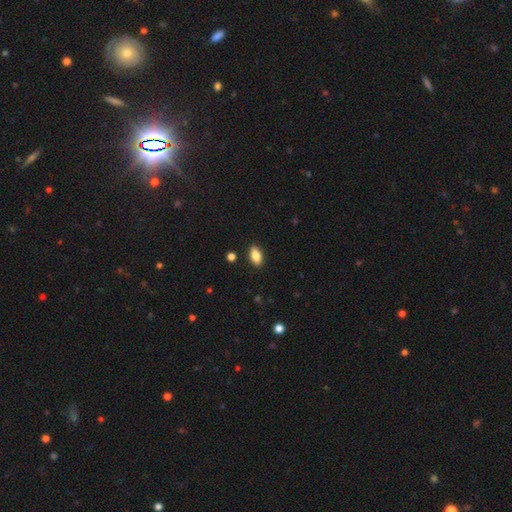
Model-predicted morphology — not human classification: Smooth or featured? smooth (83%)
How rounded? in between (90%)
Merging? none (88%)